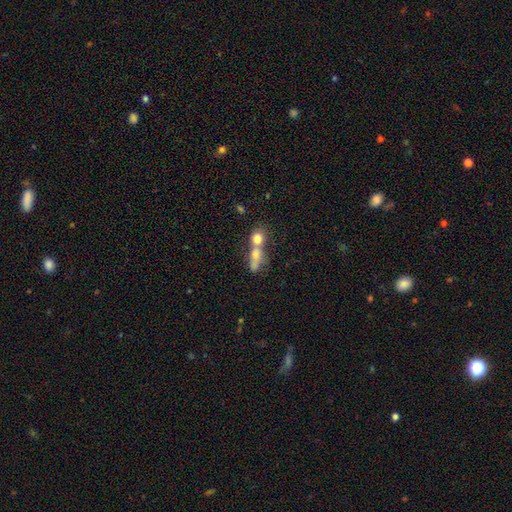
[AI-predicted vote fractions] A smooth galaxy with no disk features (67%) that is in between round and cigar-shaped (47%). Merging: merger (68%).